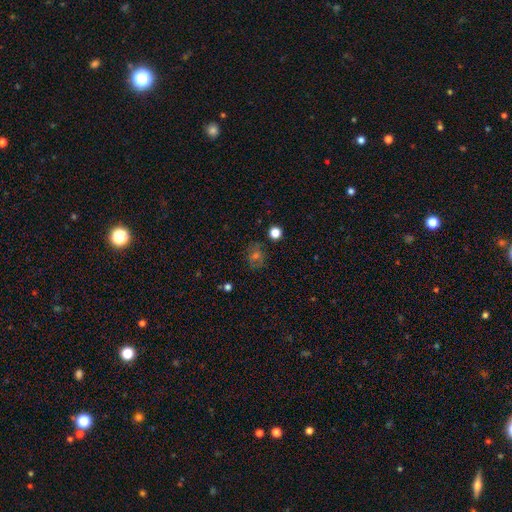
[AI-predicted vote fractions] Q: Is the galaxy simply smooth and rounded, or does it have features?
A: smooth — 46%.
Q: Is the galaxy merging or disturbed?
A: none — 78%.